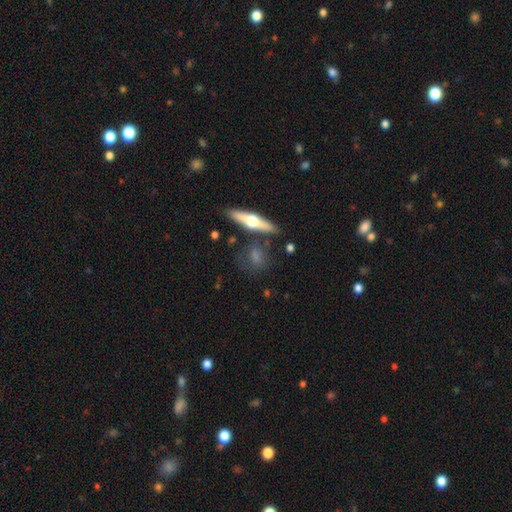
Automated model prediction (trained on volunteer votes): featured or disk 53%, smooth 38%, star or artifact 9%. Down the decision tree: edge-on disk — yes (87%); merging — none (75%).